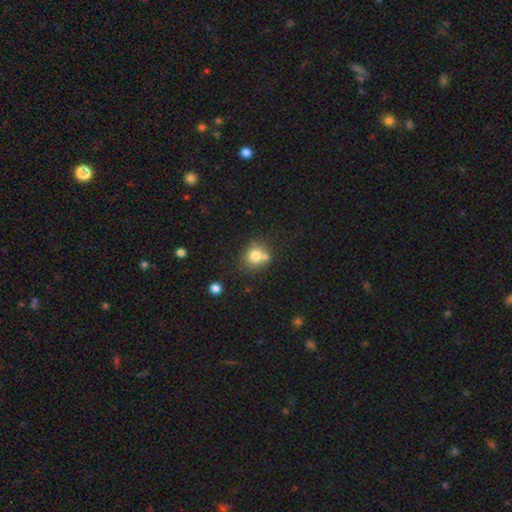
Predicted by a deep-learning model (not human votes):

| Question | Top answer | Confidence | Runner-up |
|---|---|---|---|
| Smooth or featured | smooth | 76% | featured or disk (13%) |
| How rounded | round | 81% | in between (18%) |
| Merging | none | 57% | merger (27%) |